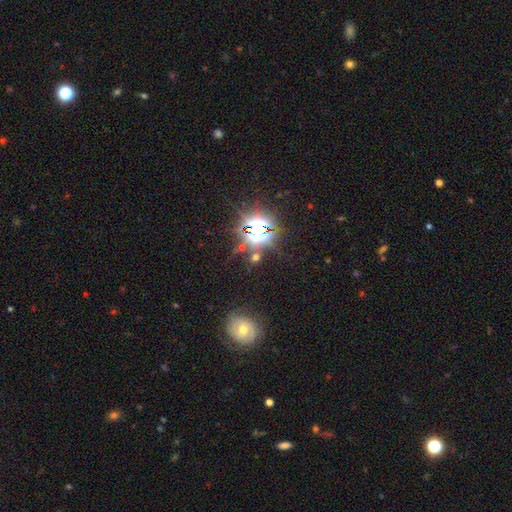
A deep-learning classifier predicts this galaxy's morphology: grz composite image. It shows a star or artifact, not a galaxy (75%).